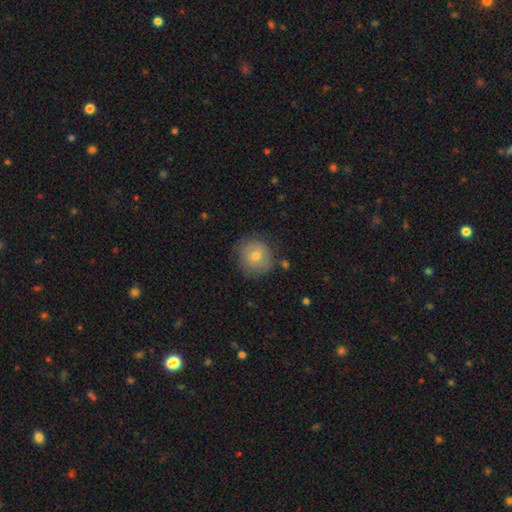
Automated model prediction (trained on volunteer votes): Overall: smooth (69%). How rounded: round (90%). Merging: none (79%).